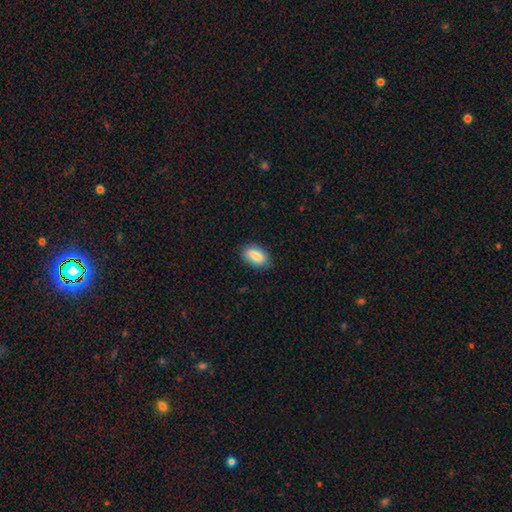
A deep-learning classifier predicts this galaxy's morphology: Smooth or featured? Predicted: smooth (p=0.84). How rounded? Predicted: in between (p=0.92). Merging? Predicted: none (p=0.82).